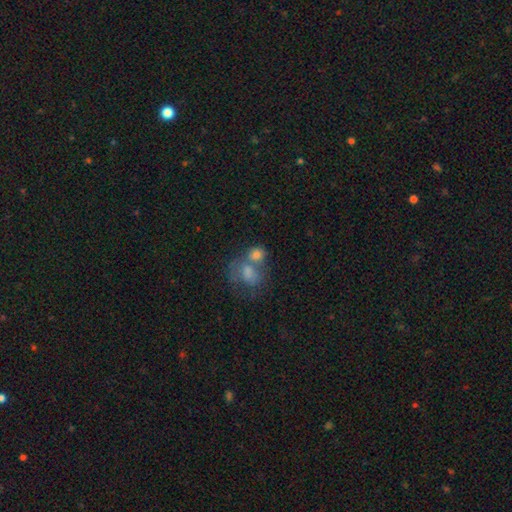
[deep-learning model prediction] smooth 67%, featured or disk 20%, star or artifact 13%. Down the decision tree: how rounded — round (52%); merging — merger (55%).